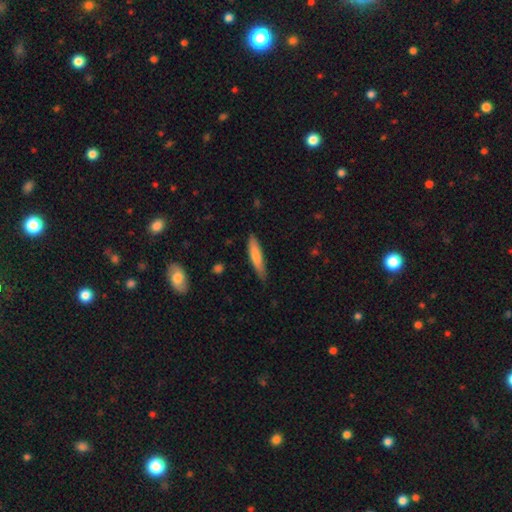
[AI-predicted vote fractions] Morphology: type=smooth (78%); roundness=cigar-shaped (82%); merging=none (76%).